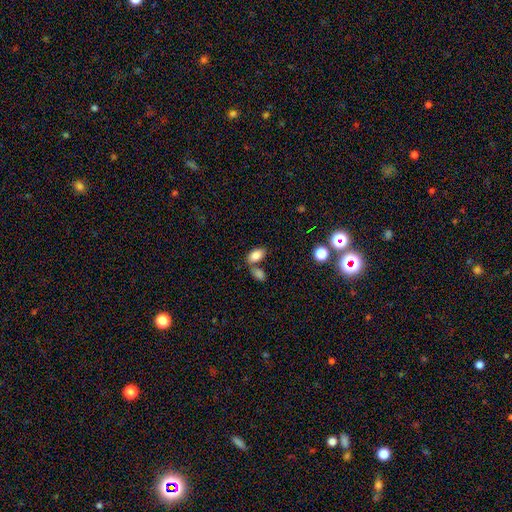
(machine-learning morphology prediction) smooth_or_featured: smooth (p=0.83) [alt: star or artifact p=0.09]
how_rounded: in between (p=0.92) [alt: round p=0.06]
merging: none (p=0.54) [alt: merger p=0.29]